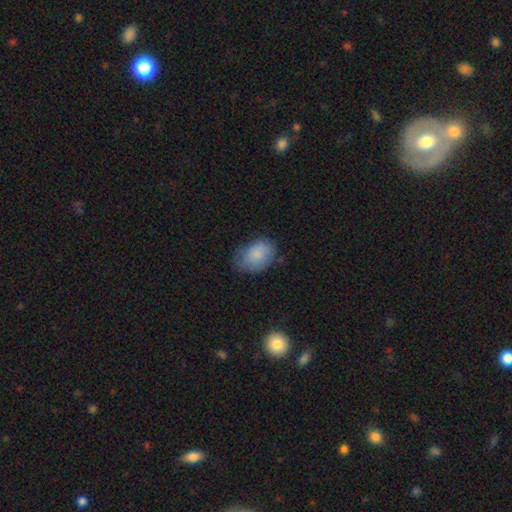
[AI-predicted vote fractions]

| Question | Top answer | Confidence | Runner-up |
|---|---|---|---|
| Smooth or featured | smooth | 82% | featured or disk (11%) |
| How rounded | in between | 81% | round (18%) |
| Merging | none | 63% | minor disturbance (27%) |